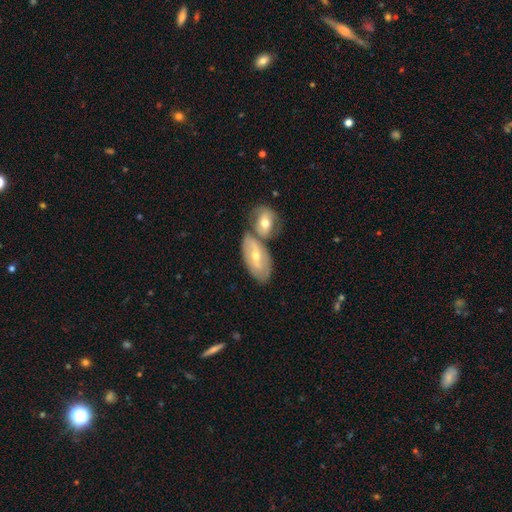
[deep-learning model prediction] smooth_or_featured: featured or disk (p=0.56) [alt: smooth p=0.37]
disk_edge_on: no (p=0.87) [alt: yes p=0.13]
merging: none (p=0.45) [alt: merger p=0.38]